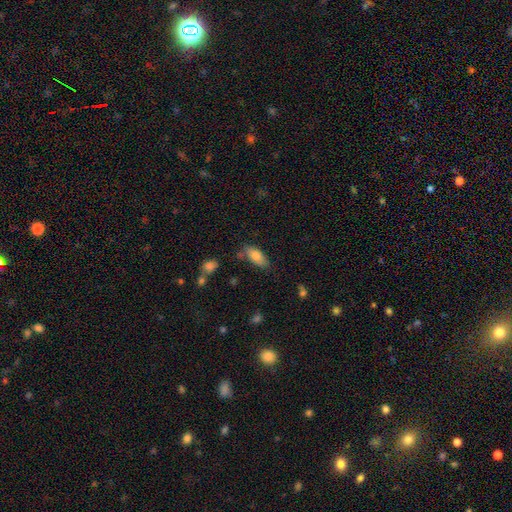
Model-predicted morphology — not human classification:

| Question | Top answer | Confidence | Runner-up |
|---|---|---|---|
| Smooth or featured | smooth | 80% | featured or disk (13%) |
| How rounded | in between | 85% | cigar-shaped (13%) |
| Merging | none | 64% | minor disturbance (24%) |